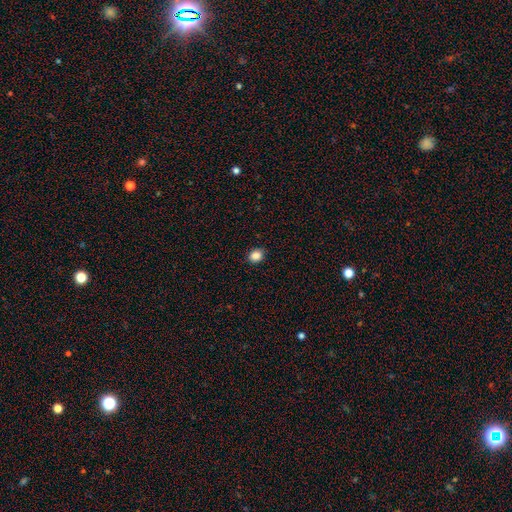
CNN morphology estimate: A smooth galaxy with no disk features (86%) that is round (60%).

Vote fractions:
- Smooth or featured? smooth: 86% / star or artifact: 10% / featured or disk: 3%
- How rounded? round: 60% / in between: 39% / cigar-shaped: 1%
- Merging? none: 90% / minor disturbance: 8% / major disturbance: 2% / merger: 1%